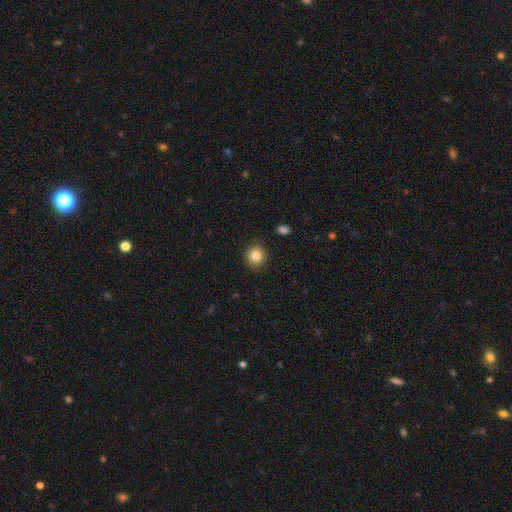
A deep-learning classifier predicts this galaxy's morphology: Q: Smooth or featured?
A: smooth (84%); runner-up: star or artifact (10%)
Q: How rounded?
A: round (90%); runner-up: in between (10%)
Q: Merging?
A: none (89%); runner-up: minor disturbance (8%)